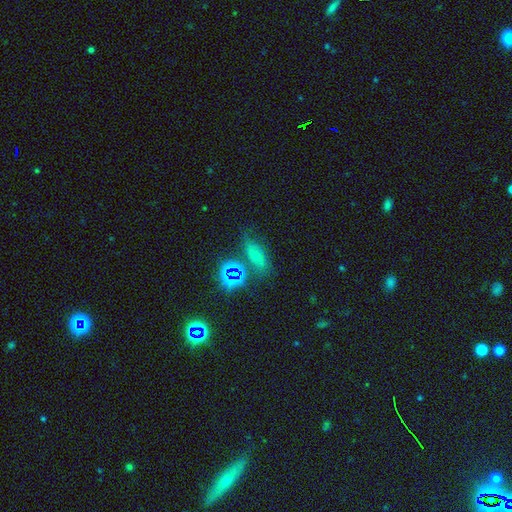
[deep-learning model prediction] A smooth galaxy with no disk features (53%) that is in between round and cigar-shaped (74%).

Vote fractions:
- Smooth or featured? smooth: 53% / star or artifact: 29% / featured or disk: 18%
- How rounded? in between: 74% / cigar-shaped: 15% / round: 11%
- Merging? none: 64% / minor disturbance: 20% / major disturbance: 8% / merger: 8%